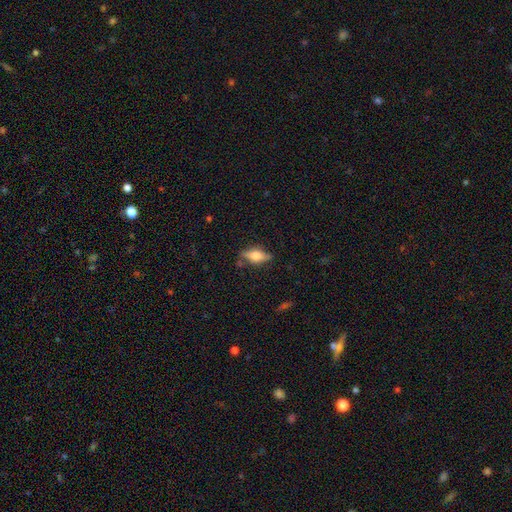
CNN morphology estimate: Smooth or featured: featured or disk — 51% (smooth — 41%)
Edge-on disk: yes — 92% (no — 8%)
Merging: none — 78% (minor disturbance — 16%)